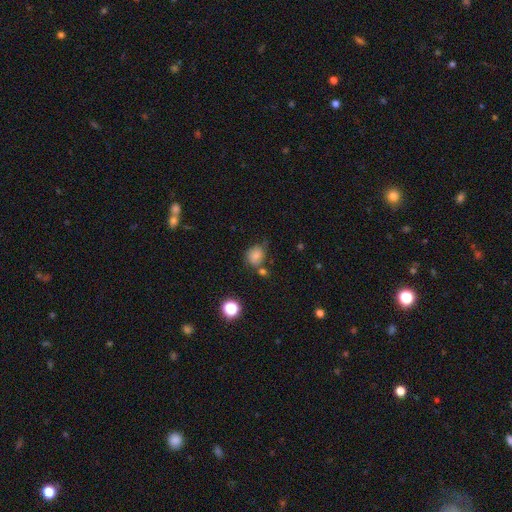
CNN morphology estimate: A smooth galaxy with no disk features (78%) that is round (64%). Merging: none (53%).